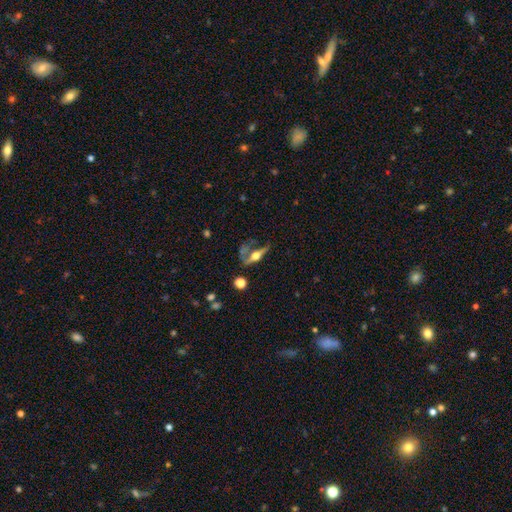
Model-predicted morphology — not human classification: This appears to be a featured or disk galaxy (59%) viewed edge-on (73%). Merging: none (35%).